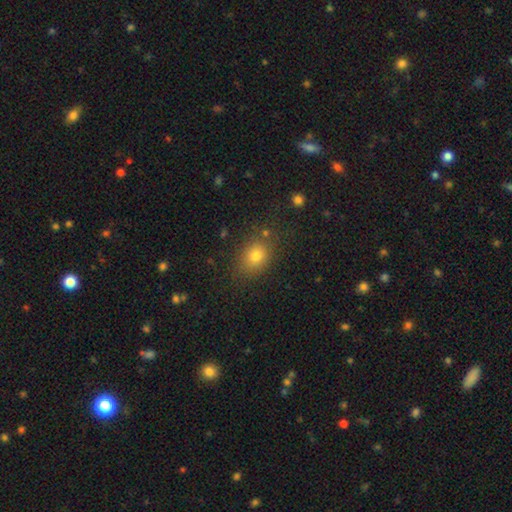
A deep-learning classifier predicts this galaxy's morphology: A smooth galaxy with no disk features (77%) that is in between round and cigar-shaped (56%).

Vote fractions:
- Smooth or featured? smooth: 77% / star or artifact: 14% / featured or disk: 10%
- How rounded? in between: 56% / round: 43% / cigar-shaped: 1%
- Merging? none: 77% / minor disturbance: 14% / major disturbance: 5% / merger: 4%